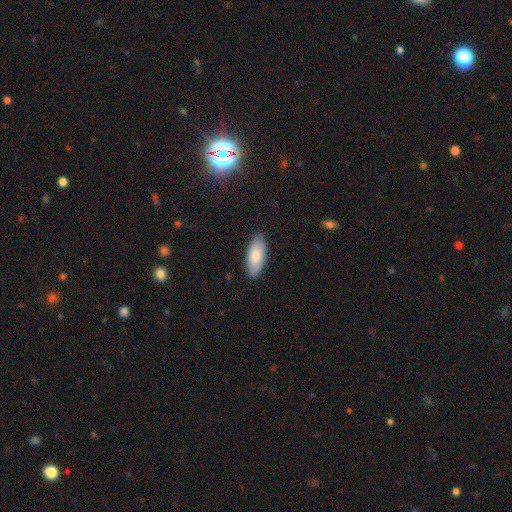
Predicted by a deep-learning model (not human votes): Morphology: type=smooth (83%); roundness=in between (85%); merging=none (85%).